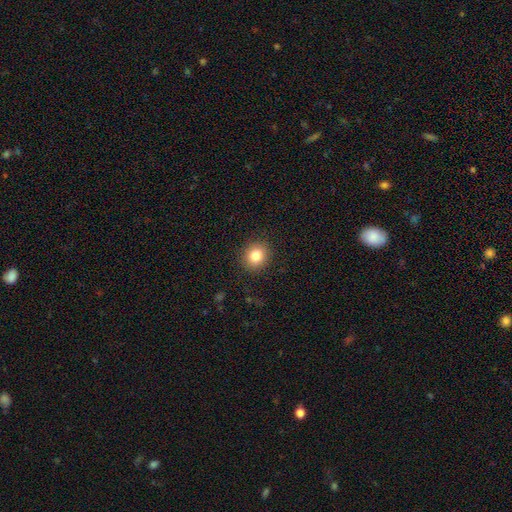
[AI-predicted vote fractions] This is clearly a smooth galaxy (83%). How rounded: likely round (78%). Merging: clearly none (90%).